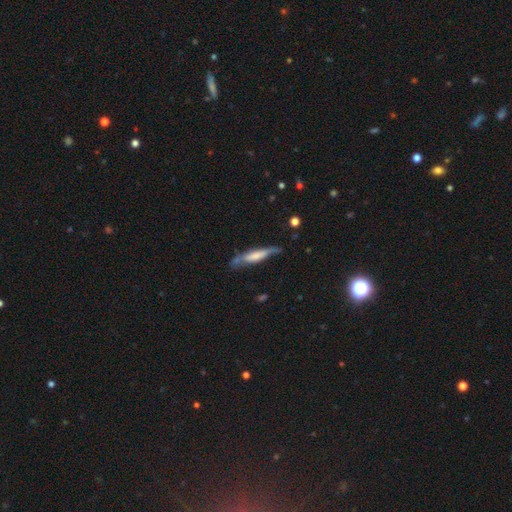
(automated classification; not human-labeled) The model was most divided on "smooth or featured": smooth: 52%, featured or disk: 42%, star or artifact: 6%. More confident: how rounded — cigar-shaped (83%); merging — none (53%).